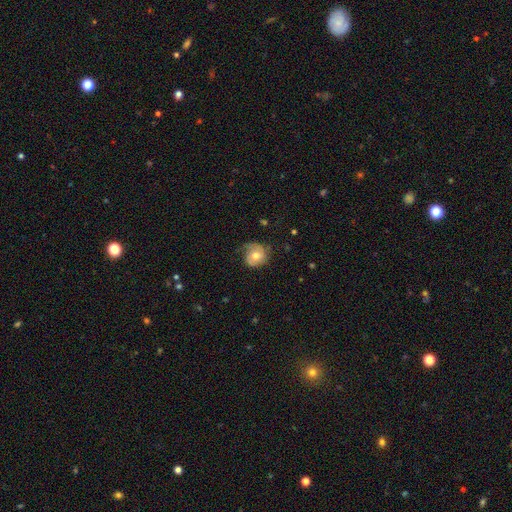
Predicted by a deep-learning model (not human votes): Smooth or featured?
  - smooth: 52% *
  - featured or disk: 41%
  - star or artifact: 8%
How rounded?
  - round: 80% *
  - in between: 19%
  - cigar-shaped: 1%
Merging?
  - none: 55% *
  - minor disturbance: 29%
  - major disturbance: 14%
  - merger: 1%